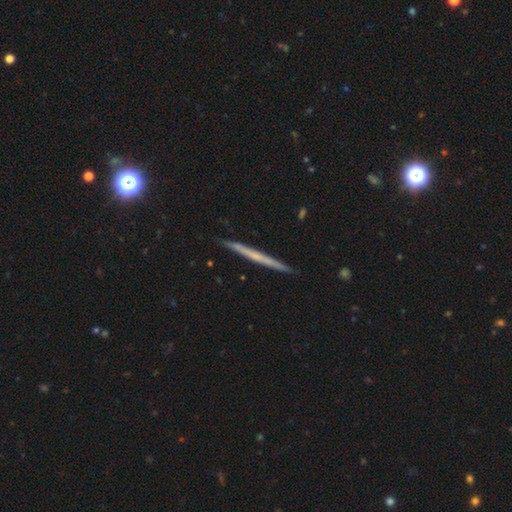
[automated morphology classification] Smooth or featured? Predicted: featured or disk (p=0.58). Edge-on disk? Predicted: yes (p=0.97). Edge-on bulge? Predicted: none (p=0.83). Merging? Predicted: none (p=0.91).